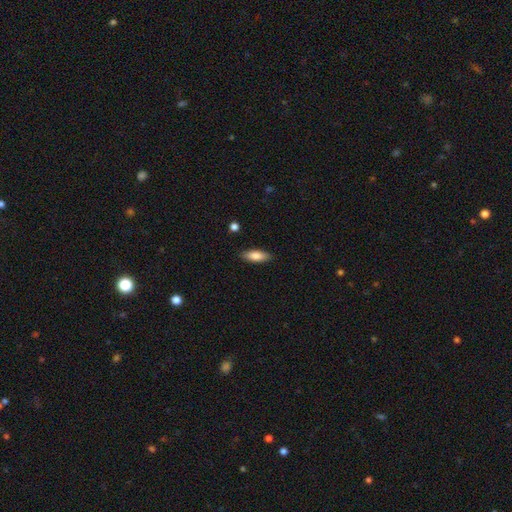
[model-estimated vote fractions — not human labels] smooth-or-featured: smooth: 81% | featured or disk: 12% | star or artifact: 6%
  how-rounded: in between: 71% | cigar-shaped: 27% | round: 2%
  merging: none: 88% | minor disturbance: 9% | major disturbance: 2% | merger: 1%